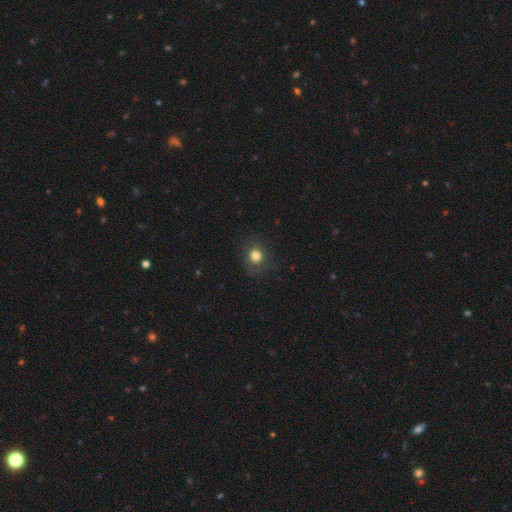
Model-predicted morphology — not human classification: Smooth or featured: smooth — 79% (star or artifact — 13%)
How rounded: round — 81% (in between — 19%)
Merging: none — 82% (minor disturbance — 12%)